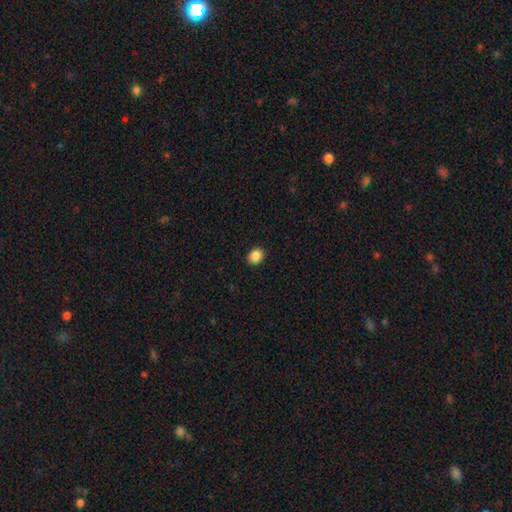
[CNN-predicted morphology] smooth 87%, star or artifact 10%, featured or disk 3%. Down the decision tree: how rounded — round (69%); merging — none (91%).